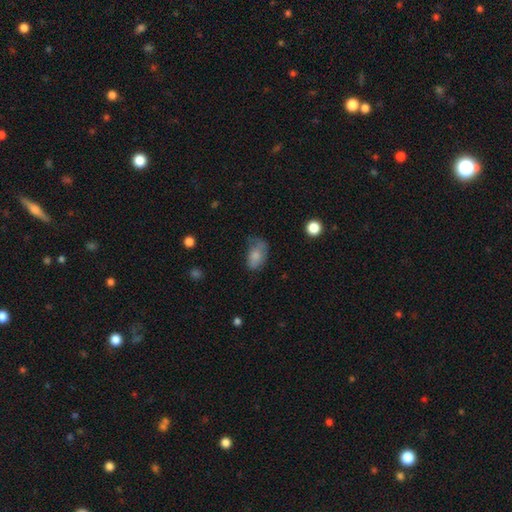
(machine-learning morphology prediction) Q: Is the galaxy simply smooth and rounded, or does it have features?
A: smooth — 77%.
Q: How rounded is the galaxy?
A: in between — 89%.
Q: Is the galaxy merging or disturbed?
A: none — 45%.